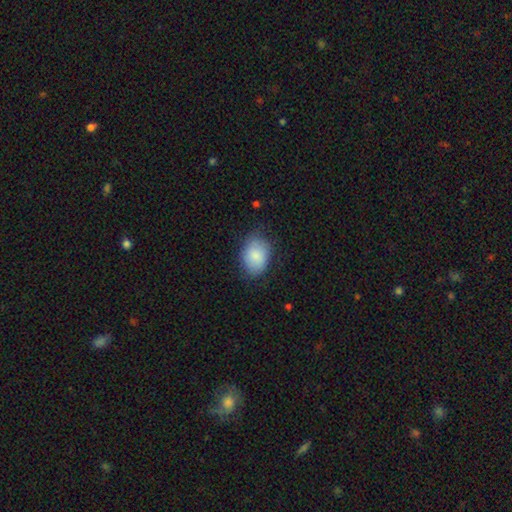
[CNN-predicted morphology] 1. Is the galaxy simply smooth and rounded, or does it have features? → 86% smooth, 8% featured or disk, 6% star or artifact.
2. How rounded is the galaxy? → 77% in between, 22% round, 1% cigar-shaped.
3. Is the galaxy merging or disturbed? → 74% none, 20% minor disturbance, 5% major disturbance, 1% merger.